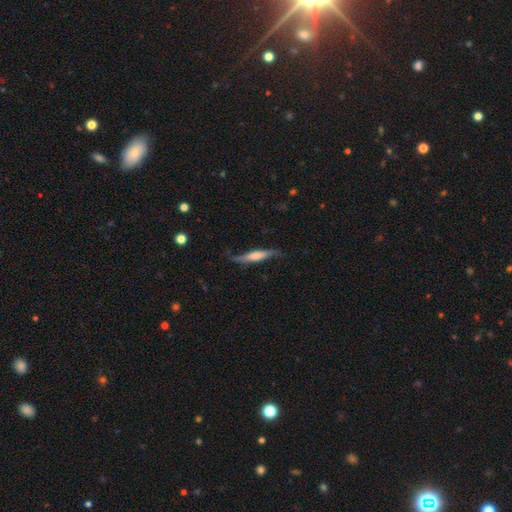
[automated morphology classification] featured or disk 61%, smooth 33%, star or artifact 6%. Down the decision tree: edge-on disk — yes (78%); merging — none (68%).